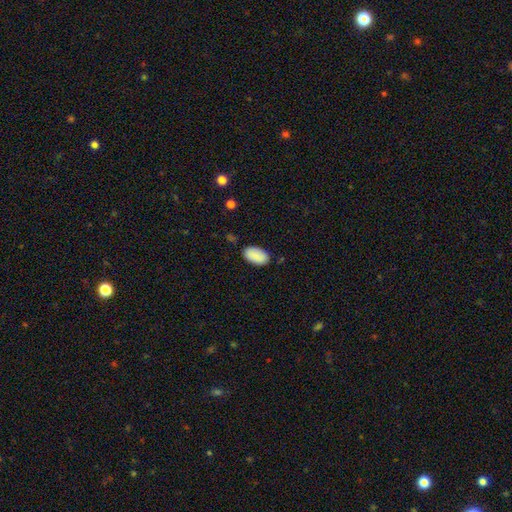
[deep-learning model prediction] Morphology: type=smooth (90%); roundness=in between (95%); merging=none (85%).